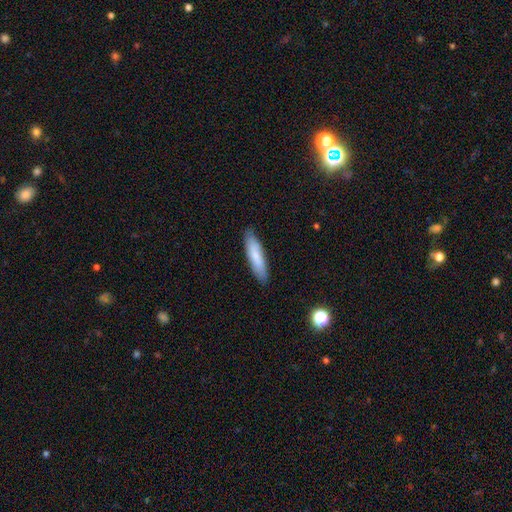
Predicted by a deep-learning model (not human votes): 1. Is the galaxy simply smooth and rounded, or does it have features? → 78% smooth, 16% featured or disk, 6% star or artifact.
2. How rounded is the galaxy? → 75% cigar-shaped, 24% in between, 1% round.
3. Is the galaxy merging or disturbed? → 88% none, 9% minor disturbance, 2% major disturbance, 1% merger.